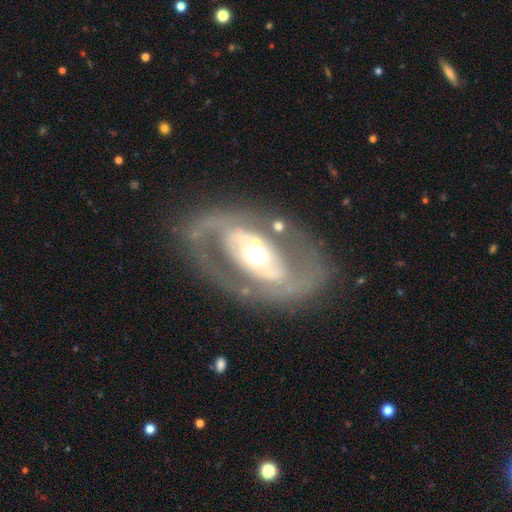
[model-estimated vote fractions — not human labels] Smooth or featured? Predicted: featured or disk (p=0.75). Edge-on disk? Predicted: no (p=0.92). Bar? Predicted: no (p=0.60). Spiral arms? Predicted: no (p=0.58). Bulge size? Predicted: moderate (p=0.61). Merging? Predicted: none (p=0.72).